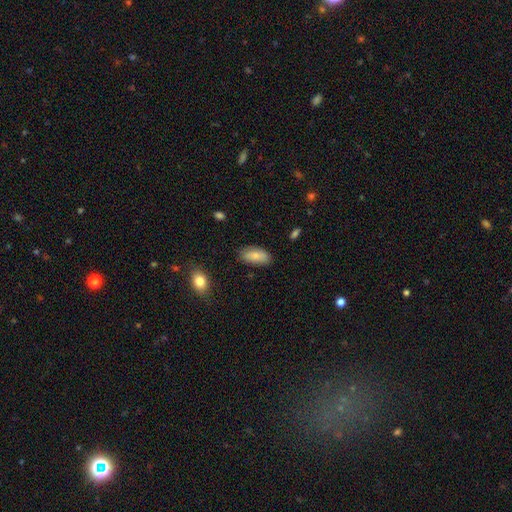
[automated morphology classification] smooth 80%, featured or disk 13%, star or artifact 7%. Down the decision tree: how rounded — in between (89%); merging — none (81%).